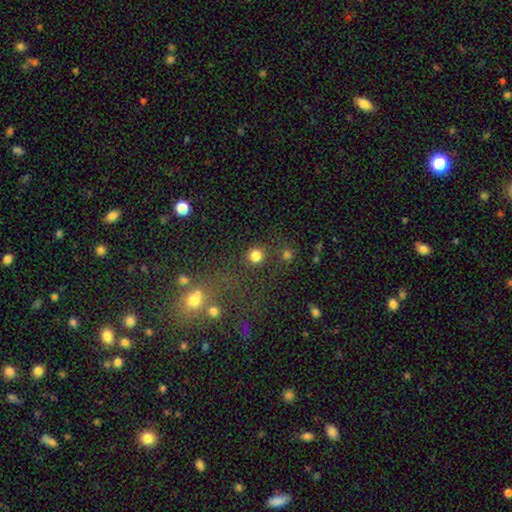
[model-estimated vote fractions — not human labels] Smooth or featured? smooth (81%)
How rounded? round (95%)
Merging? none (86%)